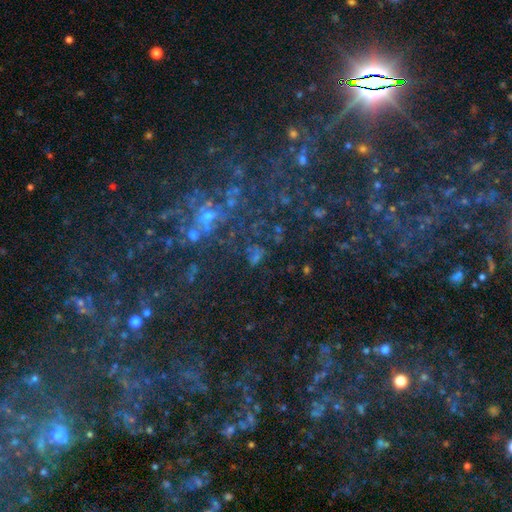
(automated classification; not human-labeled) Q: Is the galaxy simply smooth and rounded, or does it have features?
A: star or artifact — 55%.